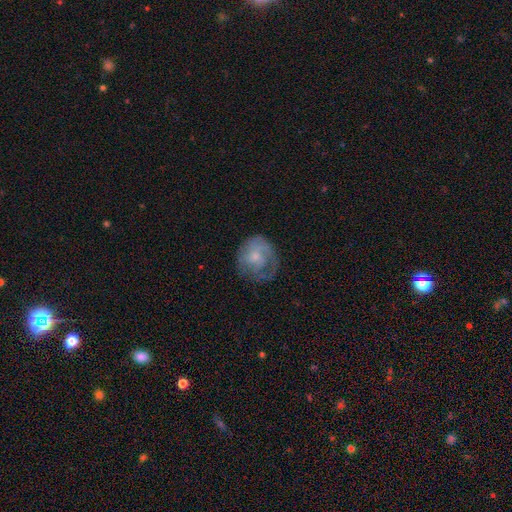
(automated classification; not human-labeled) smooth-or-featured: featured or disk: 53% | smooth: 40% | star or artifact: 8%
  disk-edge-on: no: 97% | yes: 3%
    bar: no: 74% | weak: 23% | strong: 3%
    has-spiral-arms: yes: 70% | no: 30%
    bulge-size: small: 54% | moderate: 32% | none: 9% | large: 3% | dominant: 1%
  merging: none: 55% | minor disturbance: 24% | major disturbance: 20% | merger: 1%